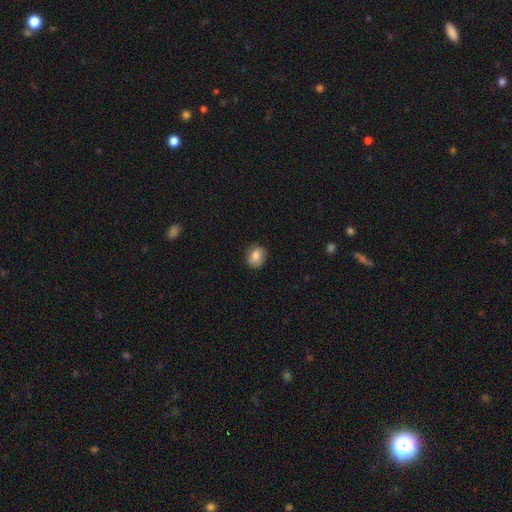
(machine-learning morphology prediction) Smooth or featured: smooth — 80% (featured or disk — 11%)
How rounded: round — 65% (in between — 34%)
Merging: none — 83% (minor disturbance — 13%)